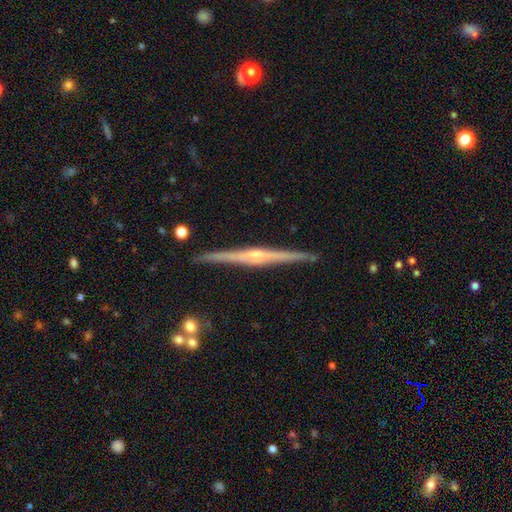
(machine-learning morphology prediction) This is clearly a featured or disk galaxy (86%). It is clearly viewed edge-on (99%). Edge-on bulge: likely rounded (76%). Merging: clearly none (92%).